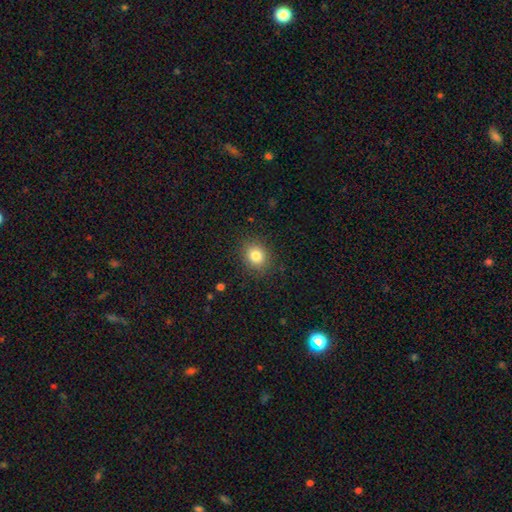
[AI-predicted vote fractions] smooth-or-featured: smooth: 83% | star or artifact: 11% | featured or disk: 6%
  how-rounded: round: 70% | in between: 30% | cigar-shaped: 1%
  merging: none: 88% | minor disturbance: 8% | major disturbance: 3% | merger: 1%